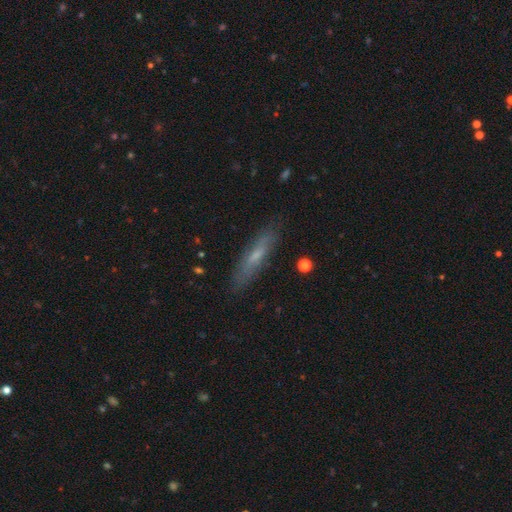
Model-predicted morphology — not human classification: The model was most divided on "smooth or featured": smooth: 50%, featured or disk: 42%, star or artifact: 8%. More confident: merging — none (85%).